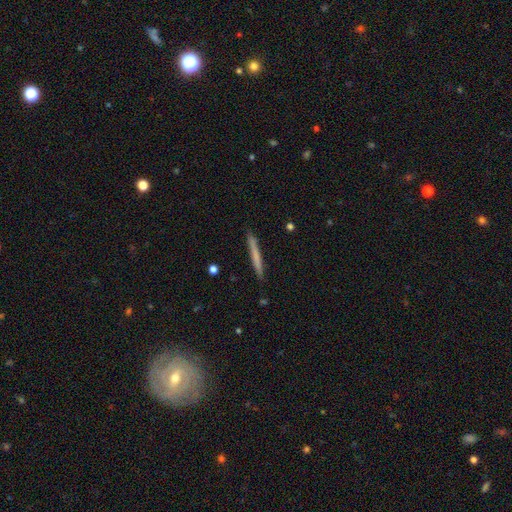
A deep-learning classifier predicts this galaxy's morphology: smooth_or_featured: smooth (p=0.62) [alt: featured or disk p=0.32]
how_rounded: cigar-shaped (p=0.97) [alt: in between p=0.02]
merging: none (p=0.91) [alt: minor disturbance p=0.07]